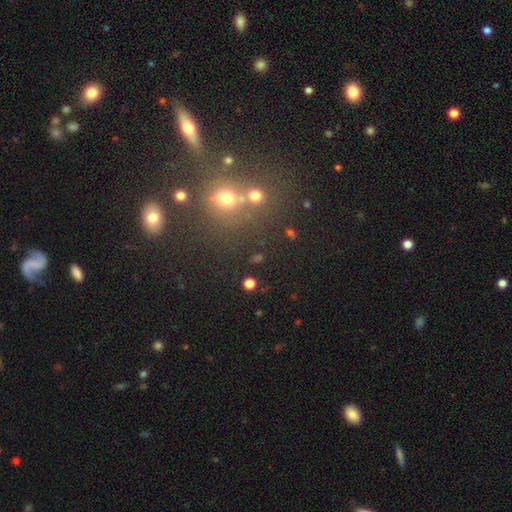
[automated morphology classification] smooth-or-featured: smooth: 43% | star or artifact: 39% | featured or disk: 18%
  merging: none: 53% | merger: 33% | minor disturbance: 9% | major disturbance: 5%